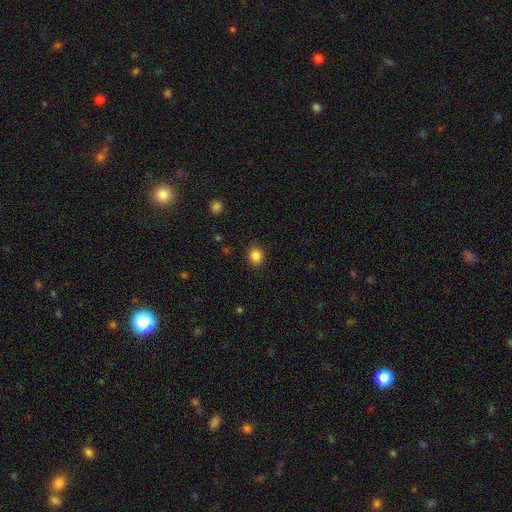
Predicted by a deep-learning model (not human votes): Smooth or featured?
  - smooth: 86% *
  - star or artifact: 10%
  - featured or disk: 4%
How rounded?
  - round: 73% *
  - in between: 26%
  - cigar-shaped: 1%
Merging?
  - none: 89% *
  - minor disturbance: 8%
  - major disturbance: 2%
  - merger: 1%